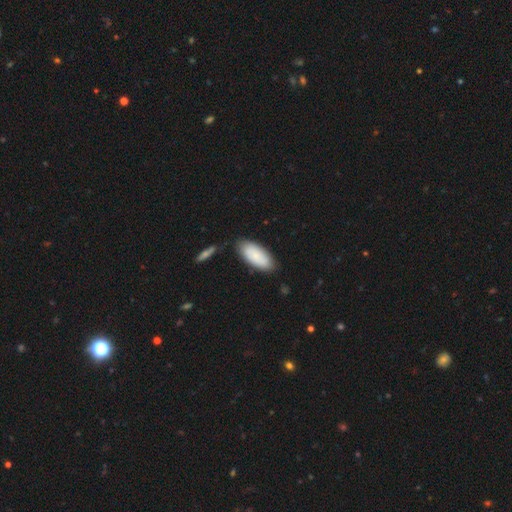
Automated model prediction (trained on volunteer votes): A smooth galaxy with no disk features (82%) that is in between round and cigar-shaped (89%).

Vote fractions:
- Smooth or featured? smooth: 82% / featured or disk: 13% / star or artifact: 6%
- How rounded? in between: 89% / cigar-shaped: 9% / round: 2%
- Merging? none: 78% / minor disturbance: 15% / merger: 4% / major disturbance: 3%